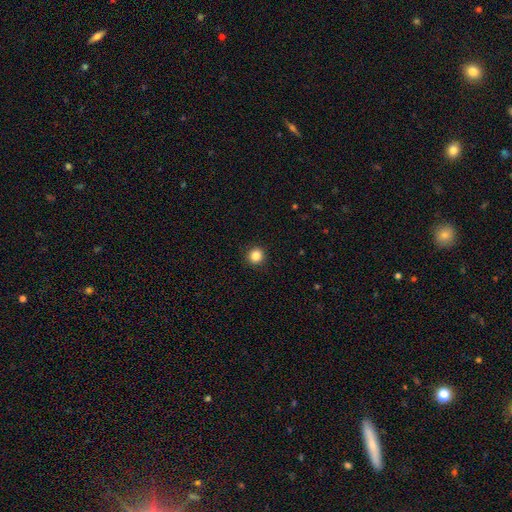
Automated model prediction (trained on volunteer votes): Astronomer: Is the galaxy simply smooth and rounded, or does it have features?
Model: smooth — 84%.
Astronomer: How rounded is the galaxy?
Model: round — 94%.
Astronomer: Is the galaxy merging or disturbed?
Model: none — 93%.